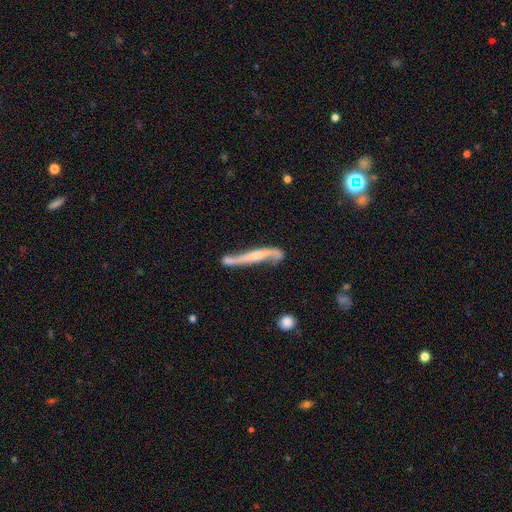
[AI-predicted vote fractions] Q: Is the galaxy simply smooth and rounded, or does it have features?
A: featured or disk — 74%.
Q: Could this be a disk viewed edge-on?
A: yes — 56%.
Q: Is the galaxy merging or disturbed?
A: none — 48%.